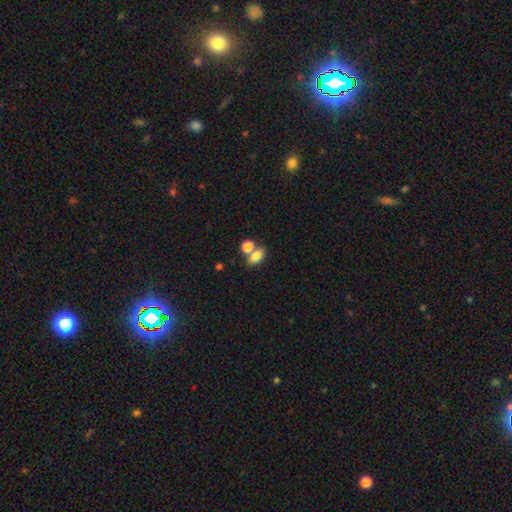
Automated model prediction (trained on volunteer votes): This is clearly a smooth galaxy (81%). How rounded: clearly in between (82%). Merging: possibly none (47%).